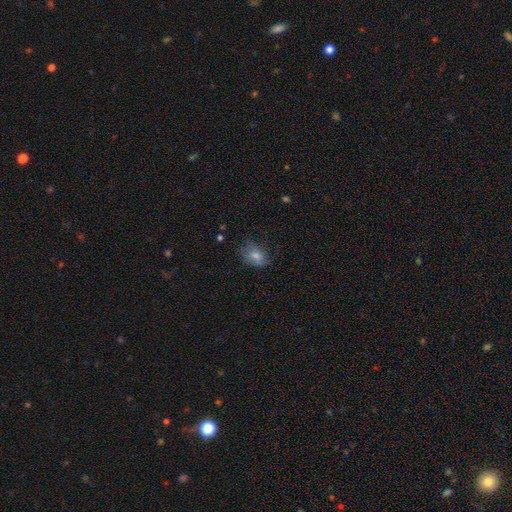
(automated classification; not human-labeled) A smooth galaxy with no disk features (63%) that is in between round and cigar-shaped (75%). Merging: none (63%).